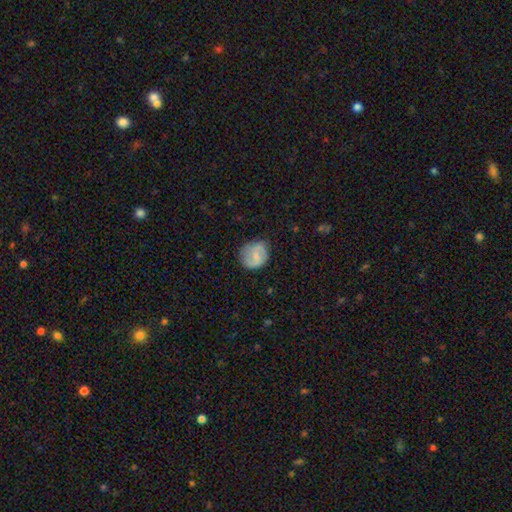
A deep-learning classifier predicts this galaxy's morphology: Smooth or featured? Predicted: smooth (p=0.55). How rounded? Predicted: round (p=0.77). Merging? Predicted: none (p=0.68).